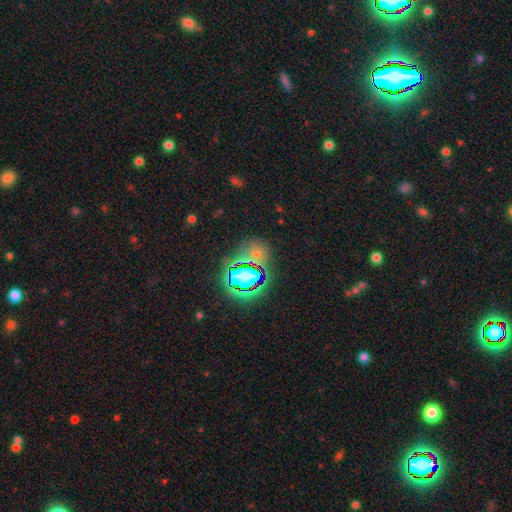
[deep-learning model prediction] This appears to be a star or artifact, not a galaxy (68%).